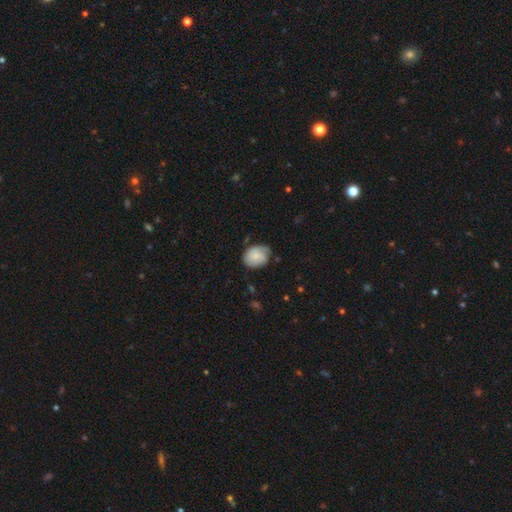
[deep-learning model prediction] Smooth or featured: smooth — 67% (featured or disk — 25%)
How rounded: in between — 54% (round — 45%)
Merging: none — 53% (minor disturbance — 35%)